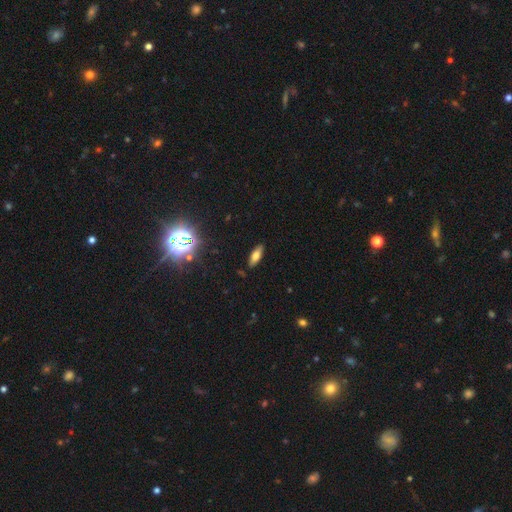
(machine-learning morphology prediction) The model was most divided on "how rounded": in between: 67%, cigar-shaped: 30%, round: 3%. More confident: merging — none (88%); smooth or featured — smooth (65%).